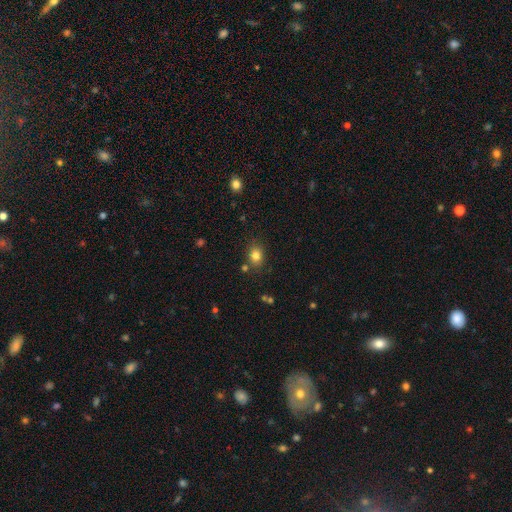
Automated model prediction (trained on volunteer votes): A smooth galaxy with no disk features (81%) that is in between round and cigar-shaped (52%). Merging: none (79%).